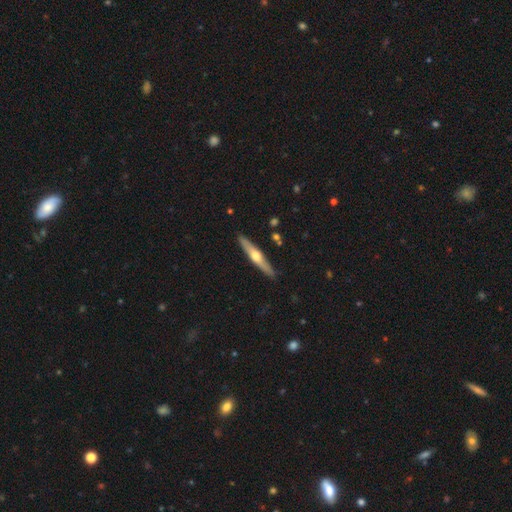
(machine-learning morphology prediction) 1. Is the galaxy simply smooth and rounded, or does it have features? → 62% featured or disk, 33% smooth, 5% star or artifact.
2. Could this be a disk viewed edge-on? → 96% yes, 4% no.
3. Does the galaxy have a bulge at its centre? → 92% rounded, 6% none, 3% boxy.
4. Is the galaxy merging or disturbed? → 89% none, 8% minor disturbance, 2% merger, 1% major disturbance.